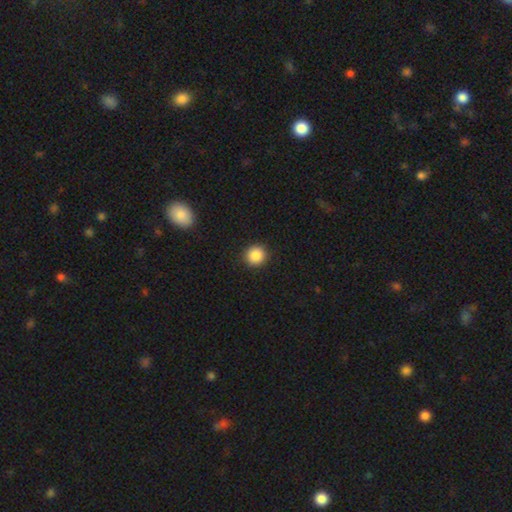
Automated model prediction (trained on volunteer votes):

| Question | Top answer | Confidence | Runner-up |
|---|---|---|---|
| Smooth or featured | smooth | 87% | star or artifact (9%) |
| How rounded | round | 93% | in between (7%) |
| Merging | none | 92% | minor disturbance (5%) |